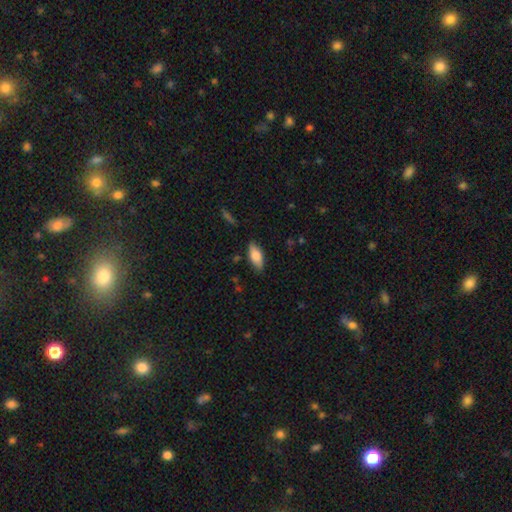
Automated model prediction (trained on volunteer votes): This appears to be a smooth galaxy with no disk features (77%) that is in between round and cigar-shaped (82%). Merging: none (82%).